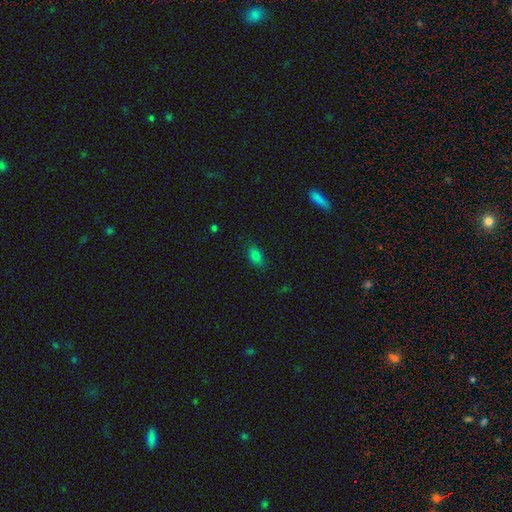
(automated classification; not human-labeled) smooth_or_featured: smooth (p=0.82) [alt: star or artifact p=0.14]
how_rounded: in between (p=0.87) [alt: round p=0.11]
merging: none (p=0.80) [alt: minor disturbance p=0.15]